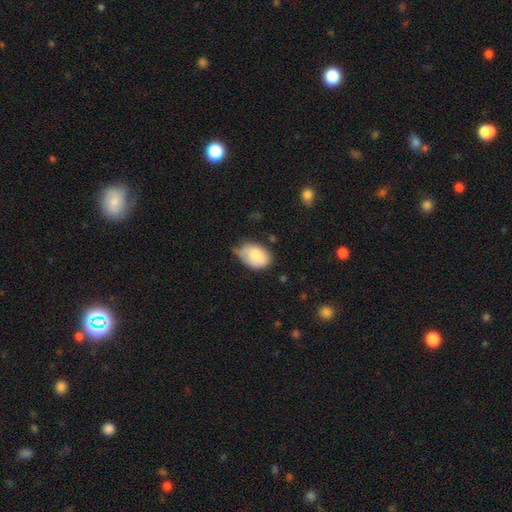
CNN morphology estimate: smooth-or-featured: smooth: 79% | featured or disk: 14% | star or artifact: 7%
  how-rounded: in between: 83% | round: 15% | cigar-shaped: 1%
  merging: none: 44% | minor disturbance: 42% | major disturbance: 9% | merger: 4%